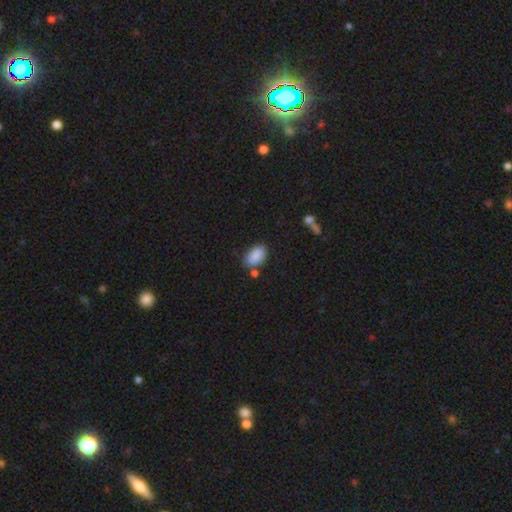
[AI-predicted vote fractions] Q: Smooth or featured?
A: smooth (87%); runner-up: star or artifact (8%)
Q: How rounded?
A: in between (92%); runner-up: round (6%)
Q: Merging?
A: none (66%); runner-up: minor disturbance (18%)